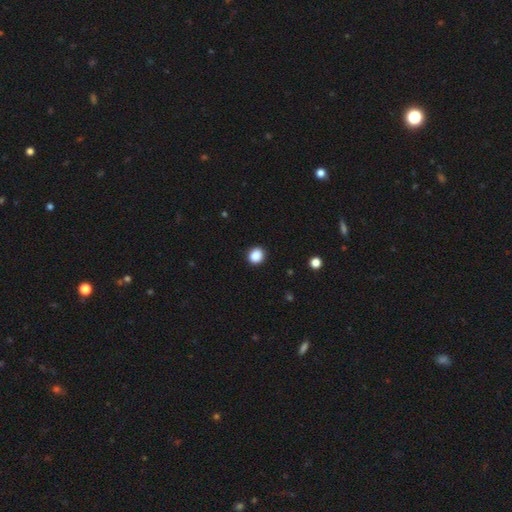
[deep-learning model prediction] This is clearly a smooth galaxy (88%). How rounded: likely round (75%). Merging: clearly none (90%).